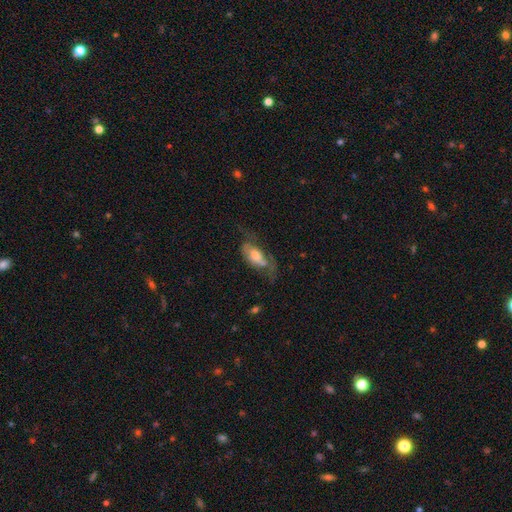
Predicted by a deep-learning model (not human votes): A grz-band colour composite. It shows a featured or disk galaxy (49%). Merging: none (38%).